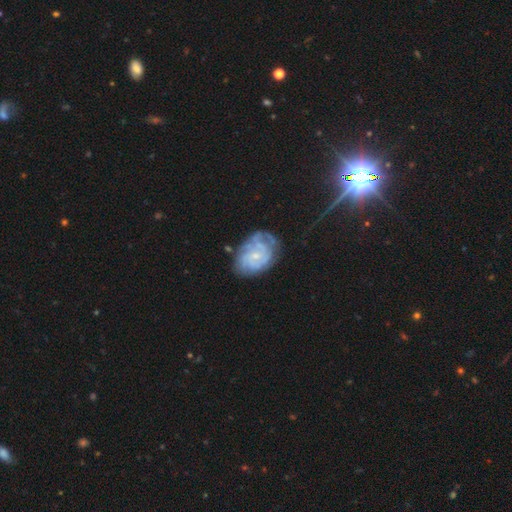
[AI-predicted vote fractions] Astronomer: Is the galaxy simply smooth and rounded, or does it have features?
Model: featured or disk — 76%.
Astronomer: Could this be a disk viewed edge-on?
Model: no — 97%.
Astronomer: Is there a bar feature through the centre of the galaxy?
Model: no — 63%.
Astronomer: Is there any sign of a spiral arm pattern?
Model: yes — 86%.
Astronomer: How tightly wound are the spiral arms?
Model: tight — 61%.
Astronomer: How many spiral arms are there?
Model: can't tell — 46%.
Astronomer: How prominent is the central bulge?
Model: small — 70%.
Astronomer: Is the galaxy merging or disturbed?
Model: none — 58%.